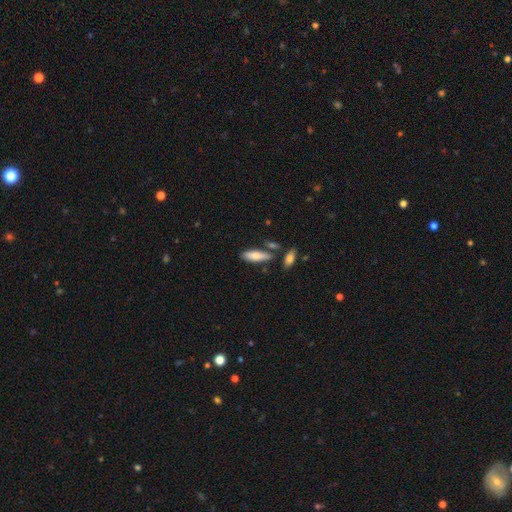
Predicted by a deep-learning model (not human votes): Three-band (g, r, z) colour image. It shows a smooth galaxy with no disk features (76%) that is in between round and cigar-shaped (55%). Merging: none (72%).